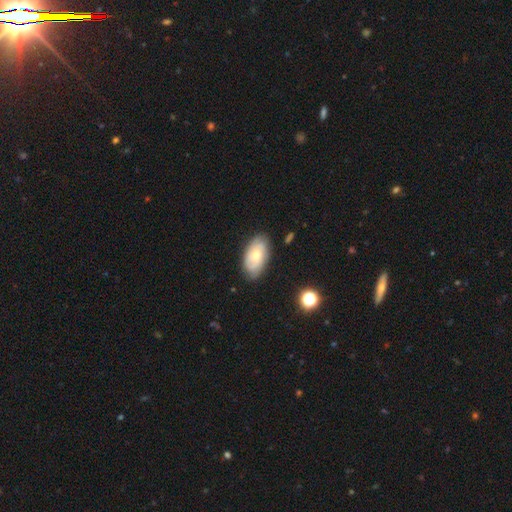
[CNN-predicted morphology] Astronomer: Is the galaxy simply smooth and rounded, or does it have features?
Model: featured or disk — 60%.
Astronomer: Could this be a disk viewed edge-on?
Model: no — 94%.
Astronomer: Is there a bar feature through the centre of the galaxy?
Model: no — 75%.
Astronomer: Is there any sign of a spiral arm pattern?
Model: yes — 85%.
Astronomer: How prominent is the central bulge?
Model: moderate — 55% (runner-up: small, 40%).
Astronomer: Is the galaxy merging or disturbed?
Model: none — 79%.